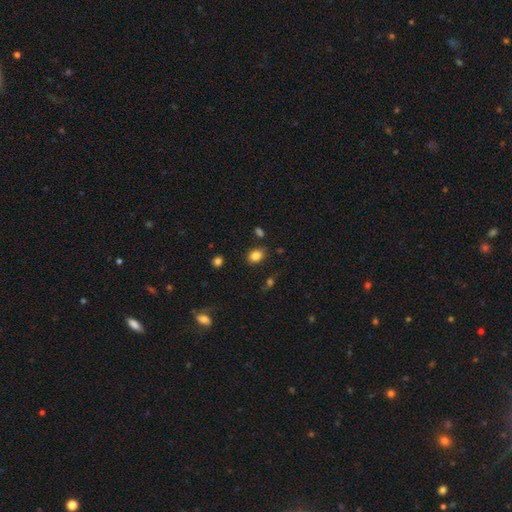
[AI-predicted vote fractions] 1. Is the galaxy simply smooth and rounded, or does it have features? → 83% smooth, 11% star or artifact, 6% featured or disk.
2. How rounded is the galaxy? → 72% in between, 27% round, 1% cigar-shaped.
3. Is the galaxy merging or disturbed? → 81% none, 13% minor disturbance, 3% major disturbance, 3% merger.